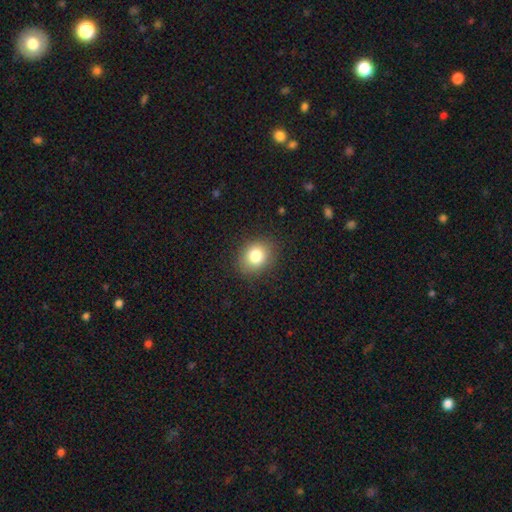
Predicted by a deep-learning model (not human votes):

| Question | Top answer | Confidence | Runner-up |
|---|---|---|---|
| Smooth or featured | smooth | 81% | star or artifact (11%) |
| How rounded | round | 63% | in between (36%) |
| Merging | none | 87% | minor disturbance (9%) |